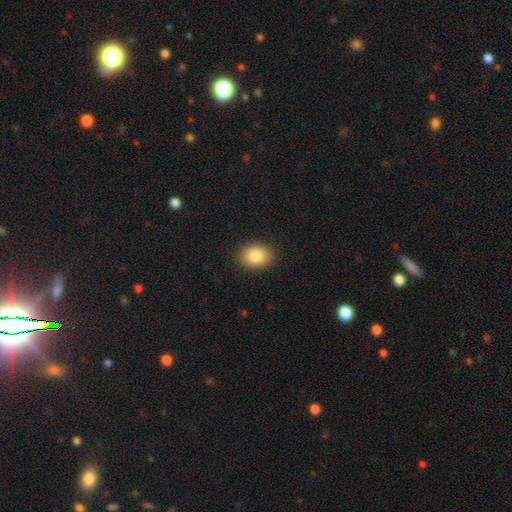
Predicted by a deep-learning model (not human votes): smooth 85%, star or artifact 8%, featured or disk 6%. Down the decision tree: how rounded — in between (61%); merging — none (90%).